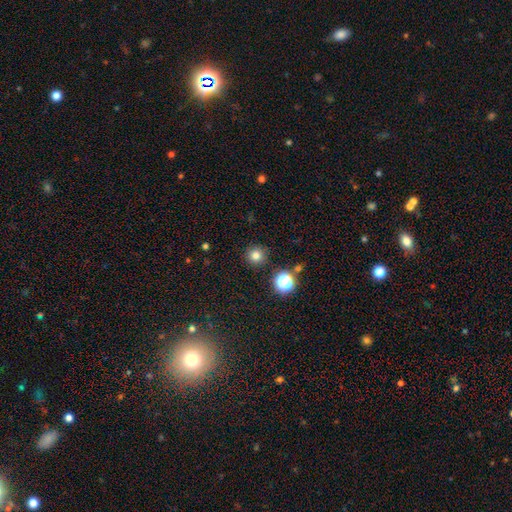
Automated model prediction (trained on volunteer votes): smooth_or_featured: smooth (p=0.78) [alt: star or artifact p=0.16]
how_rounded: round (p=0.95) [alt: in between p=0.04]
merging: none (p=0.90) [alt: minor disturbance p=0.06]